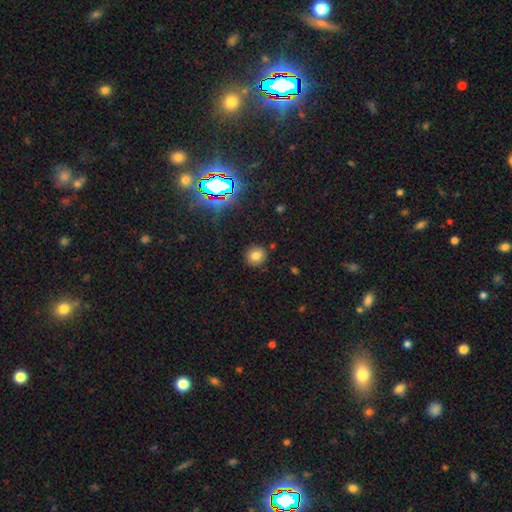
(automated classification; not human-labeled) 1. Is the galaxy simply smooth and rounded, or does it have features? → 77% smooth, 16% star or artifact, 8% featured or disk.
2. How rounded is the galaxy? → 85% round, 13% in between, 1% cigar-shaped.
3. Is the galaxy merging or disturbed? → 88% none, 8% minor disturbance, 3% merger, 2% major disturbance.